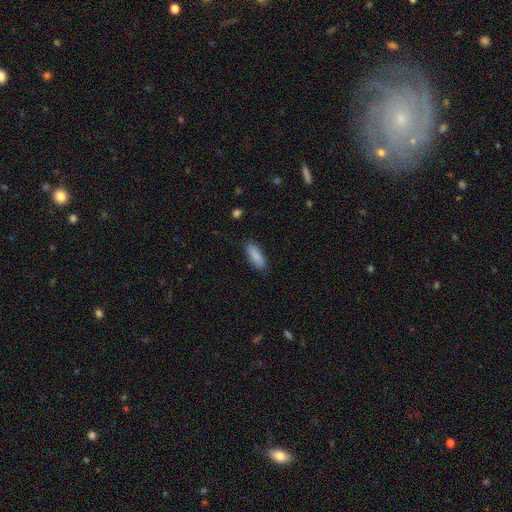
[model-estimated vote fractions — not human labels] smooth-or-featured: smooth: 88% | star or artifact: 6% | featured or disk: 5%
  how-rounded: in between: 64% | cigar-shaped: 35% | round: 2%
  merging: none: 86% | minor disturbance: 10% | major disturbance: 2% | merger: 1%